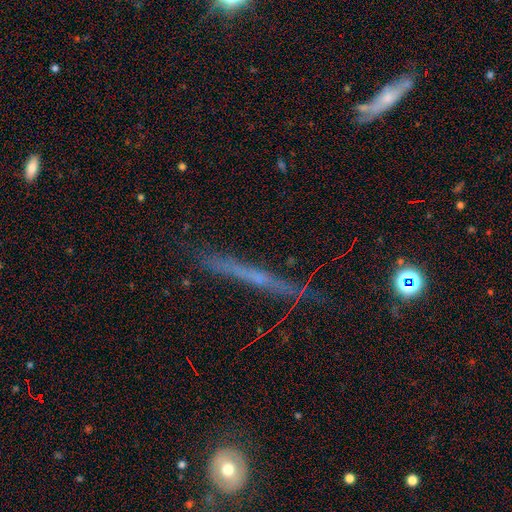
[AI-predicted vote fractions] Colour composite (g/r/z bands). It shows a featured or disk galaxy (60%) viewed edge-on (95%) with no central bulge (67%). Merging: none (83%).